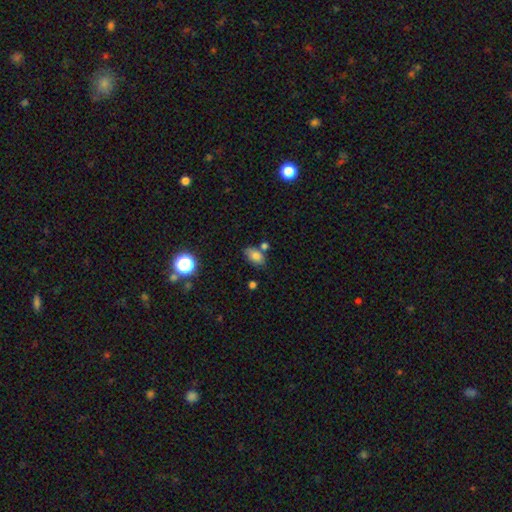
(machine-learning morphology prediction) smooth_or_featured: smooth (p=0.80) [alt: star or artifact p=0.11]
how_rounded: in between (p=0.87) [alt: round p=0.11]
merging: none (p=0.63) [alt: minor disturbance p=0.18]